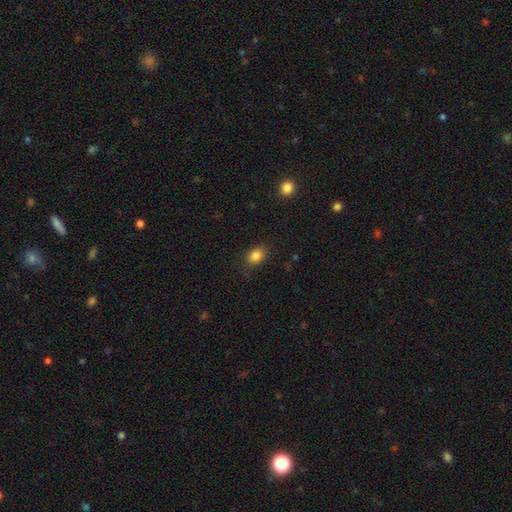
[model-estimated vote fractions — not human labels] Smooth or featured: smooth — 84% (star or artifact — 10%)
How rounded: in between — 68% (round — 30%)
Merging: none — 80% (minor disturbance — 15%)